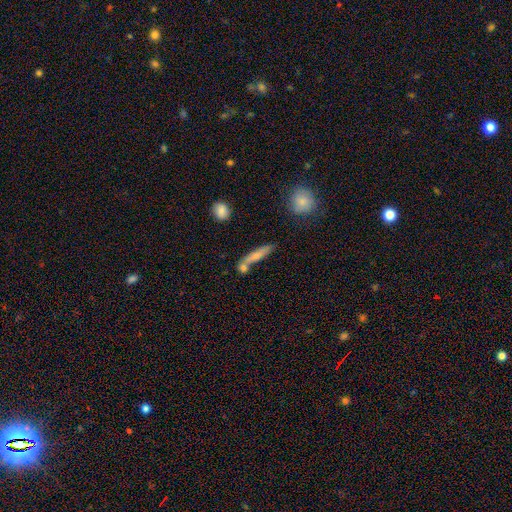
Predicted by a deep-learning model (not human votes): smooth-or-featured: smooth: 66% | featured or disk: 27% | star or artifact: 8%
  how-rounded: cigar-shaped: 81% | in between: 15% | round: 3%
  merging: none: 54% | merger: 27% | minor disturbance: 14% | major disturbance: 5%